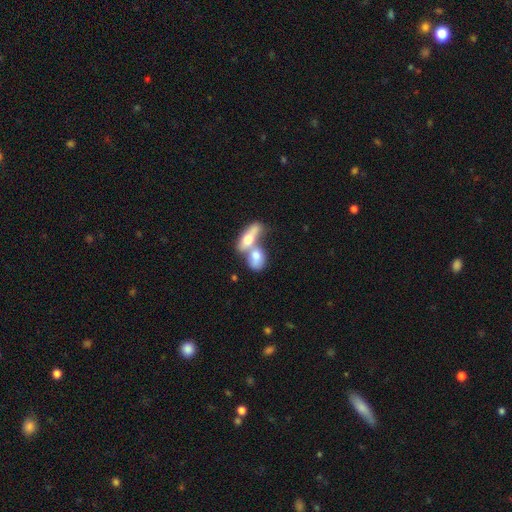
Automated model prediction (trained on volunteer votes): This is likely a smooth galaxy (64%). How rounded: likely in between (77%). Merging: likely merger (75%).